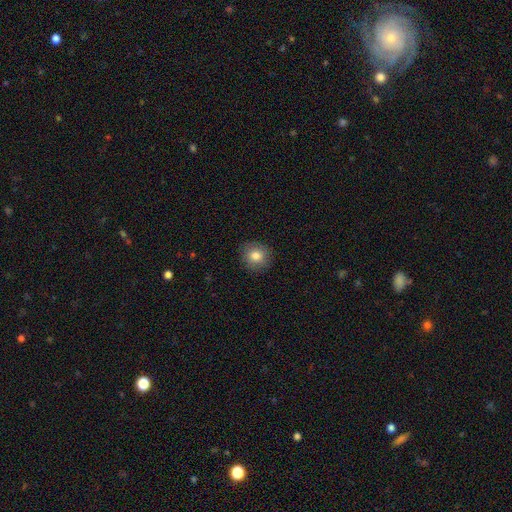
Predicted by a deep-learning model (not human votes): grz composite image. It shows a smooth galaxy with no disk features (81%) that is round (90%). Merging: none (89%).